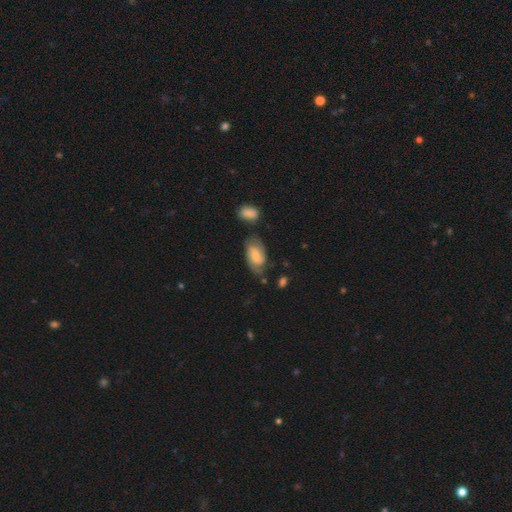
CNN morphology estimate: Smooth or featured? featured or disk (55%)
Edge-on disk? no (96%)
Bar? weak (49%)
Spiral arms? yes (89%)
Bulge size? small (34%)
Merging? none (58%)